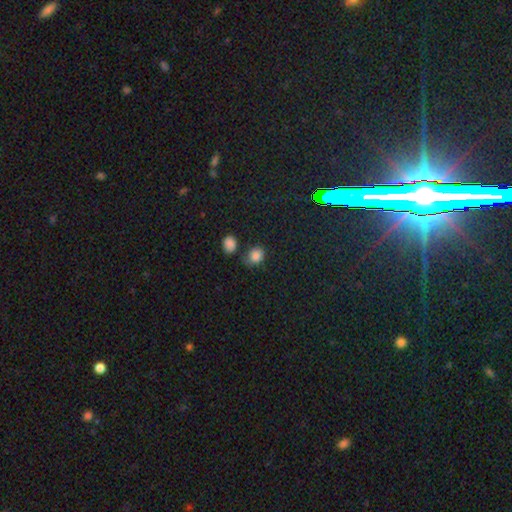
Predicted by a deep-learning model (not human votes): Morphology: type=smooth (83%); roundness=round (61%); merging=none (63%).